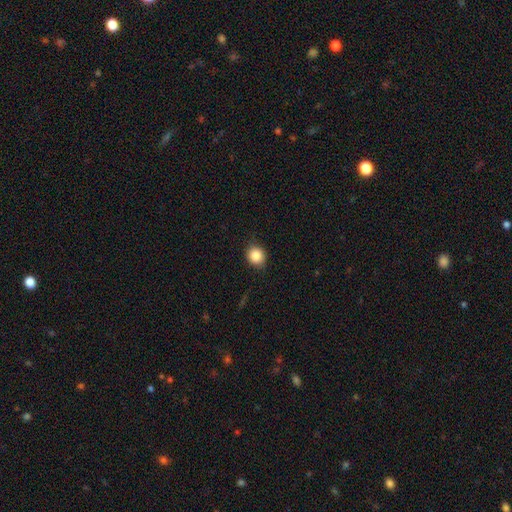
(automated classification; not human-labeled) Smooth or featured: smooth — 86% (star or artifact — 9%)
How rounded: round — 79% (in between — 20%)
Merging: none — 86% (minor disturbance — 11%)